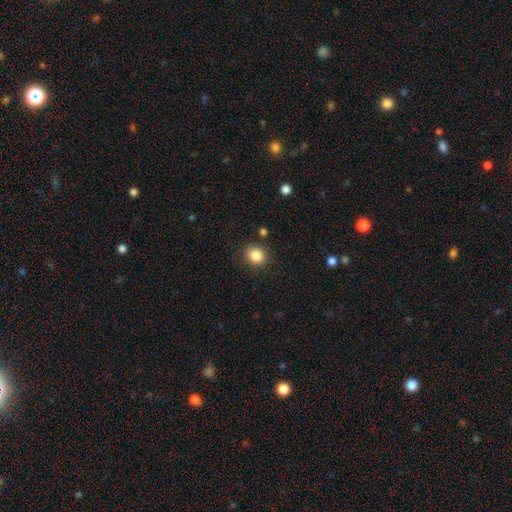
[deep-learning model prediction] A smooth galaxy with no disk features (85%) that is round (75%).

Vote fractions:
- Smooth or featured? smooth: 85% / star or artifact: 10% / featured or disk: 5%
- How rounded? round: 75% / in between: 24% / cigar-shaped: 1%
- Merging? none: 87% / minor disturbance: 8% / major disturbance: 3% / merger: 2%